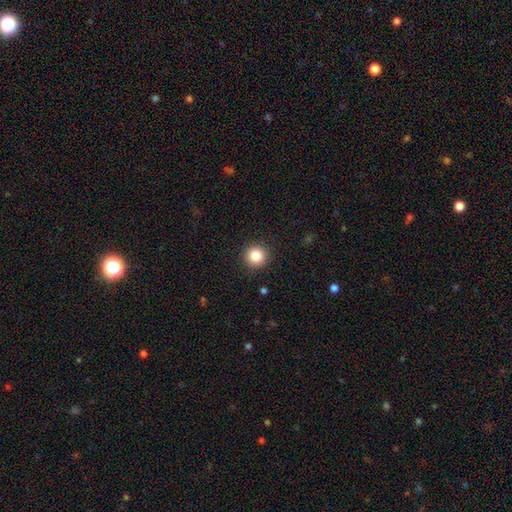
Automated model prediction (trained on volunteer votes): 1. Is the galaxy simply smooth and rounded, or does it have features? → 85% smooth, 10% star or artifact, 5% featured or disk.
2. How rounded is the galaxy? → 95% round, 5% in between, 1% cigar-shaped.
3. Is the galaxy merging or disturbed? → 92% none, 6% minor disturbance, 2% major disturbance, 1% merger.